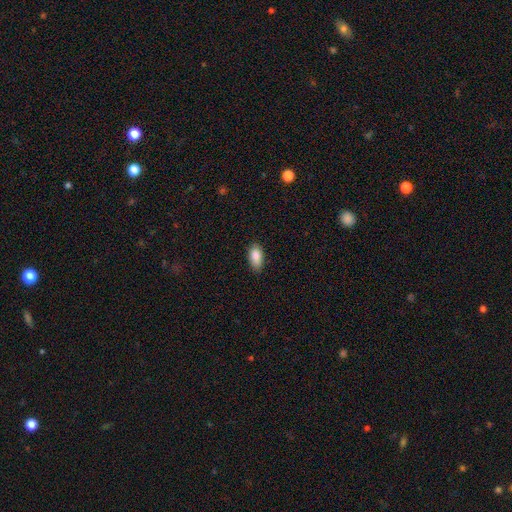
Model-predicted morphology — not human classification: This appears to be a smooth galaxy with no disk features (87%) that is in between round and cigar-shaped (91%). Merging: none (78%).